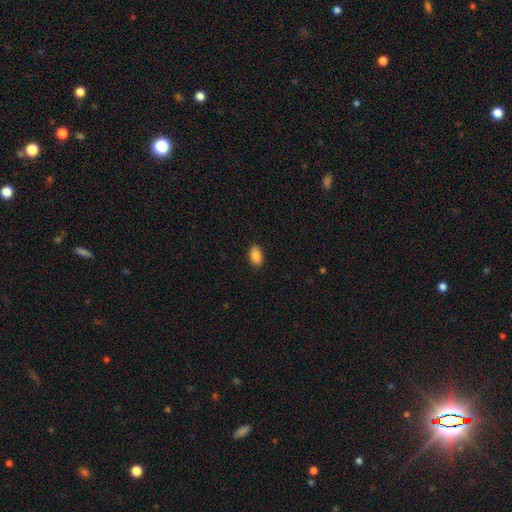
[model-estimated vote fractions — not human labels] Overall: smooth (88%). How rounded: in between (90%). Merging: none (87%).